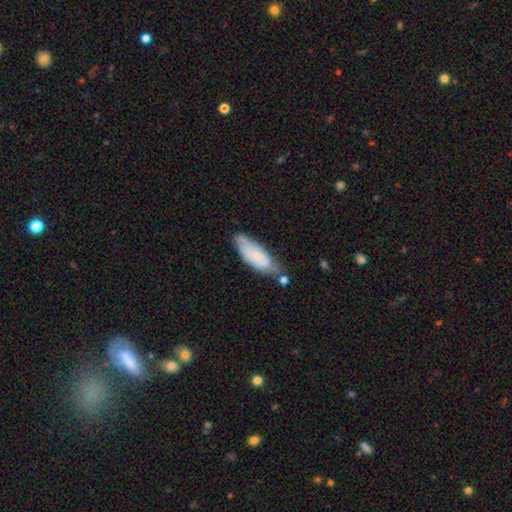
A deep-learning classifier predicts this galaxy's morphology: smooth_or_featured: smooth (p=0.70) [alt: featured or disk p=0.23]
how_rounded: in between (p=0.64) [alt: cigar-shaped p=0.35]
merging: none (p=0.52) [alt: minor disturbance p=0.32]